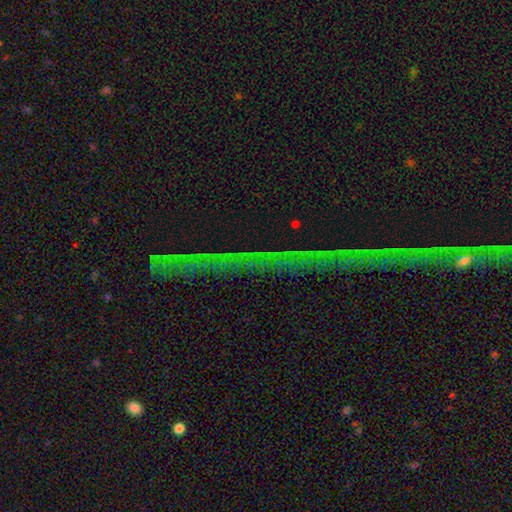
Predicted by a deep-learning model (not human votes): Smooth or featured?
  - star or artifact: 75% *
  - featured or disk: 14%
  - smooth: 11%